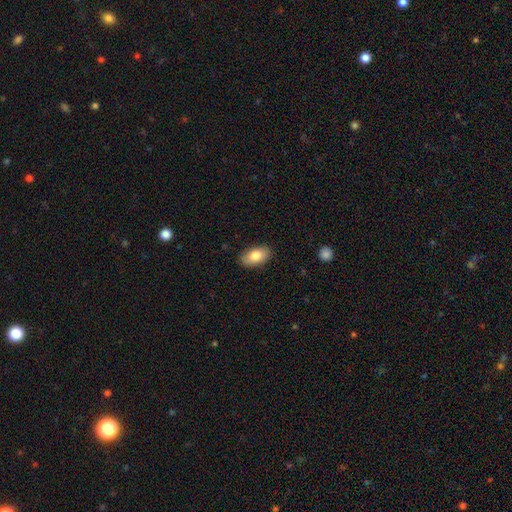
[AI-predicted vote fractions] The model was most divided on "smooth or featured": smooth: 81%, featured or disk: 12%, star or artifact: 7%. More confident: how rounded — in between (93%); merging — none (88%).